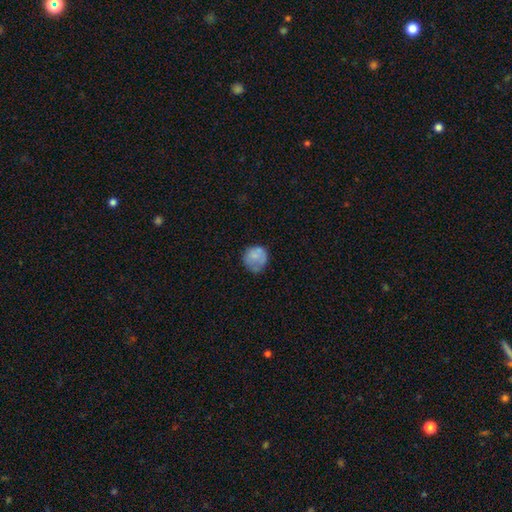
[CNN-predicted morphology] Smooth or featured? Predicted: smooth (p=0.72). How rounded? Predicted: round (p=0.83). Merging? Predicted: none (p=0.56).